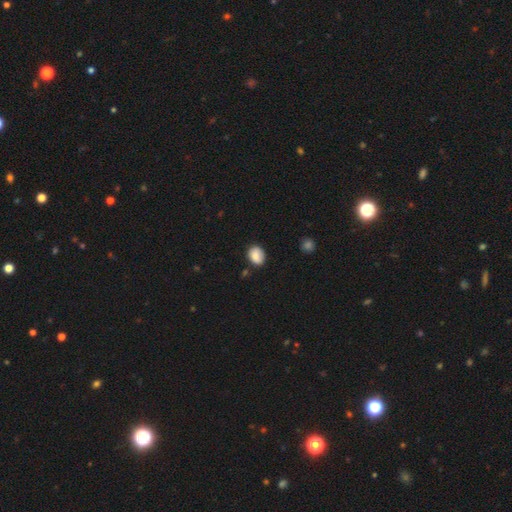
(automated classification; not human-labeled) Morphology: type=smooth (83%); roundness=in between (52%); merging=none (78%).